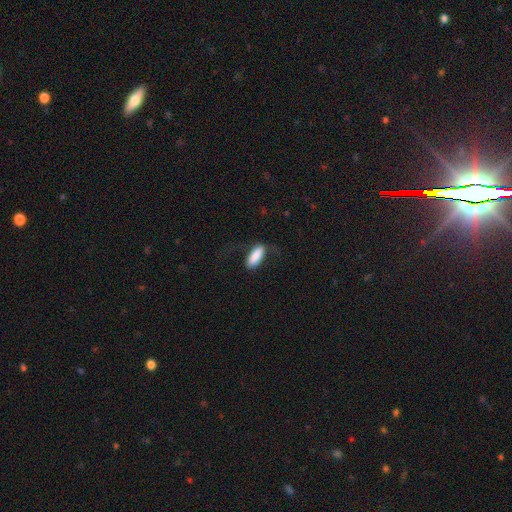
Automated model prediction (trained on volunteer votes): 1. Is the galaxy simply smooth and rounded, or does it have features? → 81% smooth, 13% featured or disk, 6% star or artifact.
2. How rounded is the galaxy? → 68% in between, 29% cigar-shaped, 2% round.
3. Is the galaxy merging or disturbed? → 55% none, 23% minor disturbance, 19% major disturbance, 2% merger.